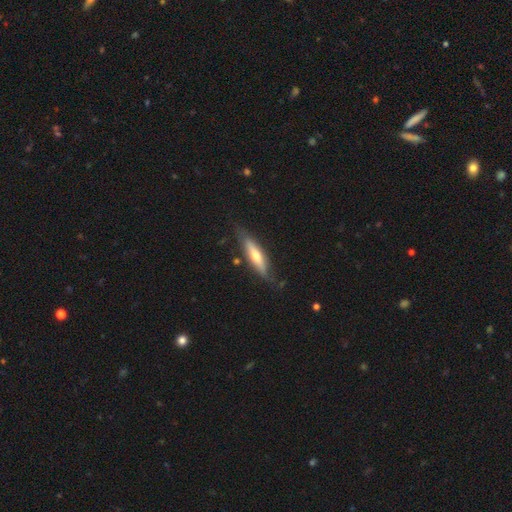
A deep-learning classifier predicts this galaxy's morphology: Smooth or featured? Predicted: featured or disk (p=0.51). Edge-on disk? Predicted: yes (p=0.82). Merging? Predicted: none (p=0.73).